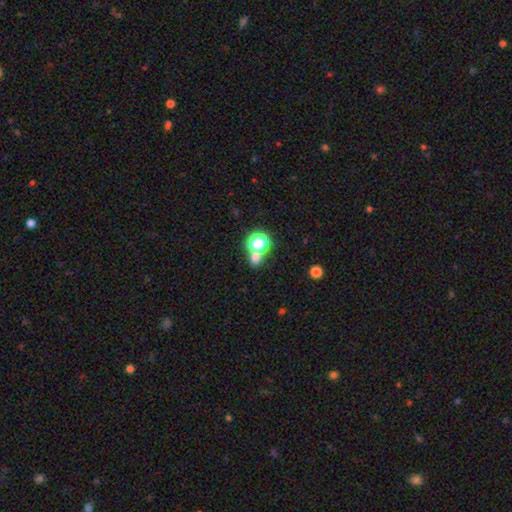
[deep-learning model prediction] A smooth galaxy with no disk features (64%) that is round (76%).

Vote fractions:
- Smooth or featured? smooth: 64% / star or artifact: 28% / featured or disk: 8%
- How rounded? round: 76% / in between: 23% / cigar-shaped: 2%
- Merging? none: 51% / merger: 36% / minor disturbance: 8% / major disturbance: 5%